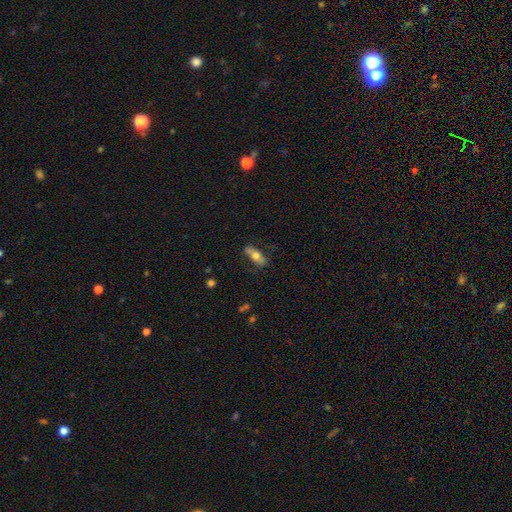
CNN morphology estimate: Smooth or featured?
  - smooth: 60% *
  - featured or disk: 34%
  - star or artifact: 7%
How rounded?
  - in between: 69% *
  - cigar-shaped: 27%
  - round: 4%
Merging?
  - none: 71% *
  - minor disturbance: 20%
  - major disturbance: 6%
  - merger: 2%